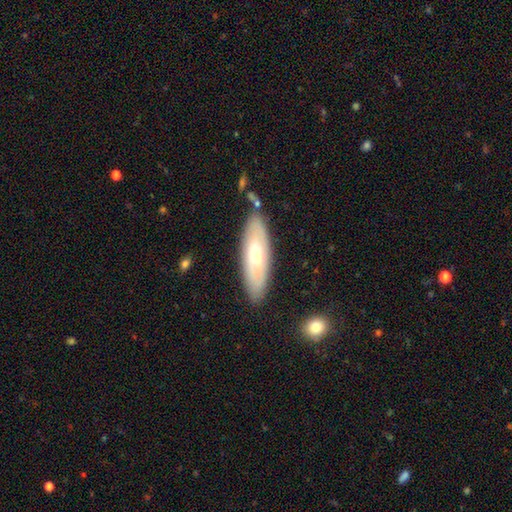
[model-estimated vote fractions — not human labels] This is possibly a featured or disk galaxy (48%). Merging: clearly none (84%).